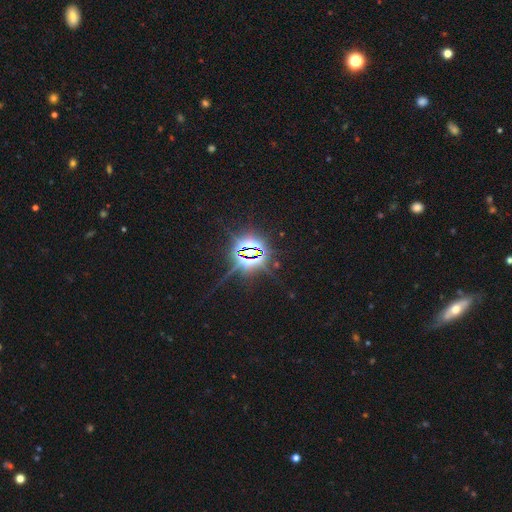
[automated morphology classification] star or artifact 86%, smooth 7%, featured or disk 7%.